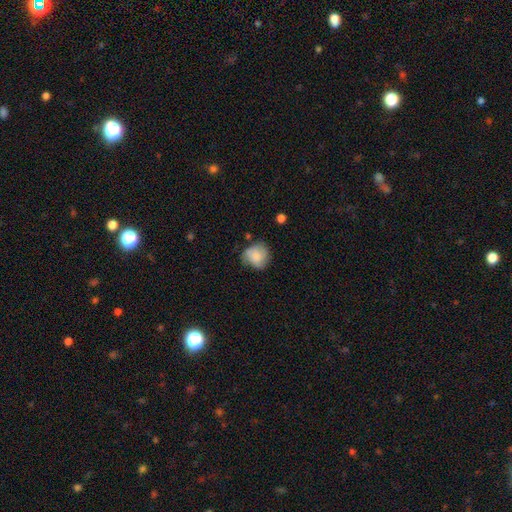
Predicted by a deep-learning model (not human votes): The model was most divided on "merging": none: 58%, minor disturbance: 29%, major disturbance: 10%, merger: 3%. More confident: how rounded — round (76%); smooth or featured — smooth (72%).